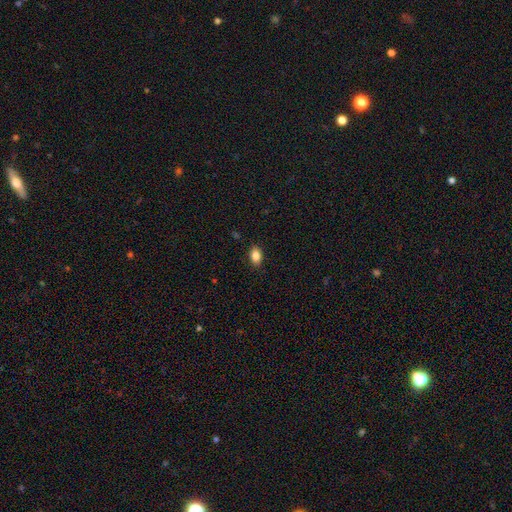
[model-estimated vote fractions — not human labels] Q: Smooth or featured?
A: smooth (85%); runner-up: star or artifact (9%)
Q: How rounded?
A: in between (85%); runner-up: round (13%)
Q: Merging?
A: none (88%); runner-up: minor disturbance (9%)